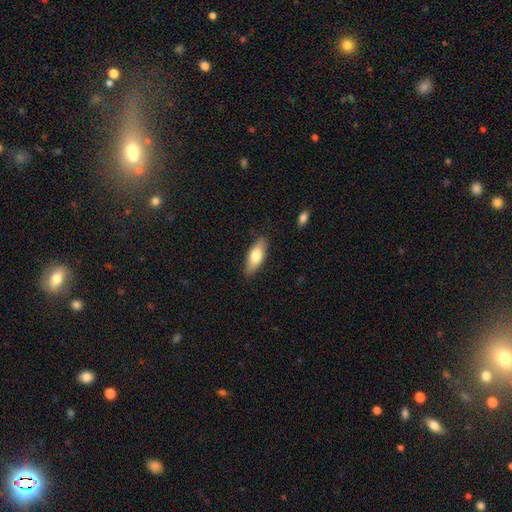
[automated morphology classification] Overall: smooth (72%). How rounded: in between (70%). Merging: none (86%).